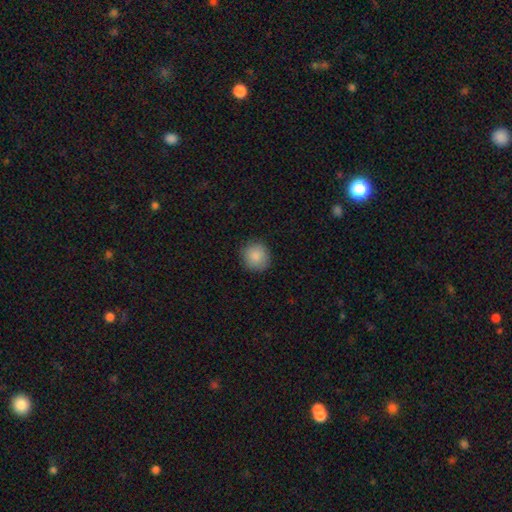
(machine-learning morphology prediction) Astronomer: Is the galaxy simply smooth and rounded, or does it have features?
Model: smooth — 88%.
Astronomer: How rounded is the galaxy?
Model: round — 91%.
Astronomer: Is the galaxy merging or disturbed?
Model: none — 88%.